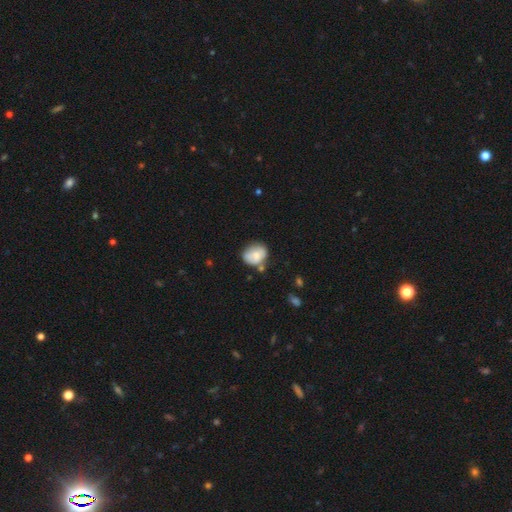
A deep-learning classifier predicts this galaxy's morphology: This is likely a smooth galaxy (69%). How rounded: possibly round (50%). Merging: possibly none (53%).